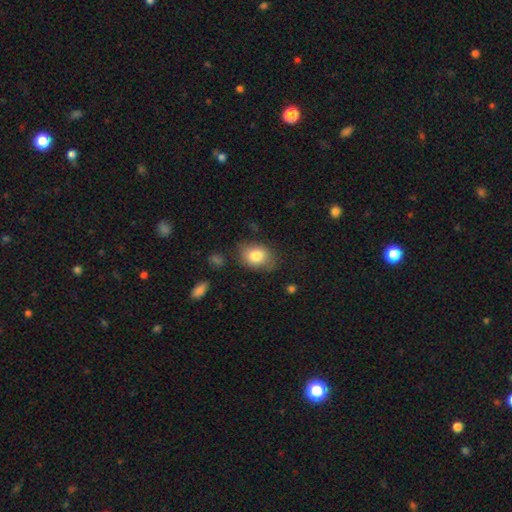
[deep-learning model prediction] smooth 82%, featured or disk 10%, star or artifact 8%. Down the decision tree: how rounded — in between (69%); merging — none (73%).